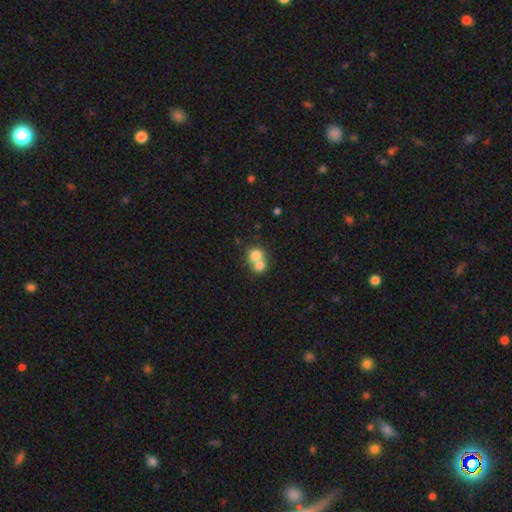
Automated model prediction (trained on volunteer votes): smooth 75%, featured or disk 16%, star or artifact 10%. Down the decision tree: how rounded — round (73%); merging — merger (66%).